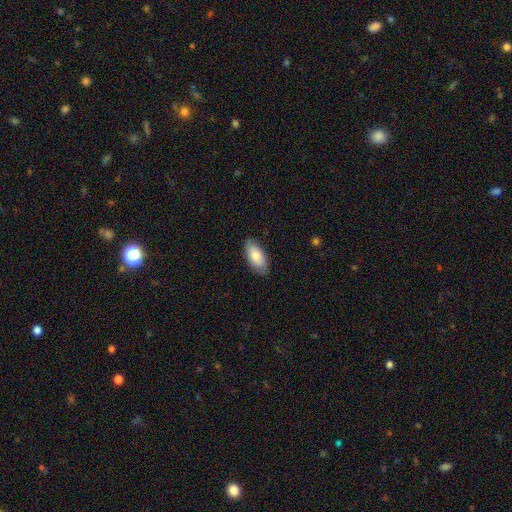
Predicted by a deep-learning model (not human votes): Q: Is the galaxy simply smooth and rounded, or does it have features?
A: smooth — 77%.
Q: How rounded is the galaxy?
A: in between — 91%.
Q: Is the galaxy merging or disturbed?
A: none — 85%.